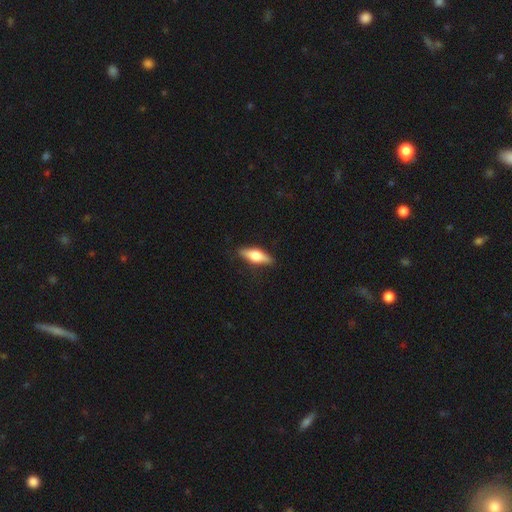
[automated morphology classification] Smooth or featured? Predicted: smooth (p=0.57). How rounded? Predicted: in between (p=0.57). Merging? Predicted: none (p=0.86).